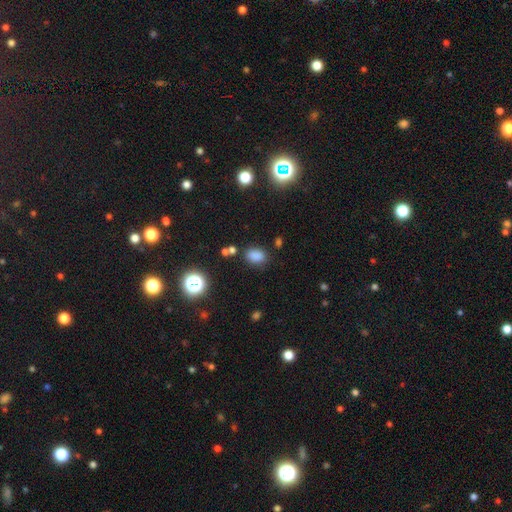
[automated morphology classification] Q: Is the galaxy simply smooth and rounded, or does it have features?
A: smooth — 80%.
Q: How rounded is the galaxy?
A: in between — 75%.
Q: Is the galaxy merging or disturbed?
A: none — 78%.